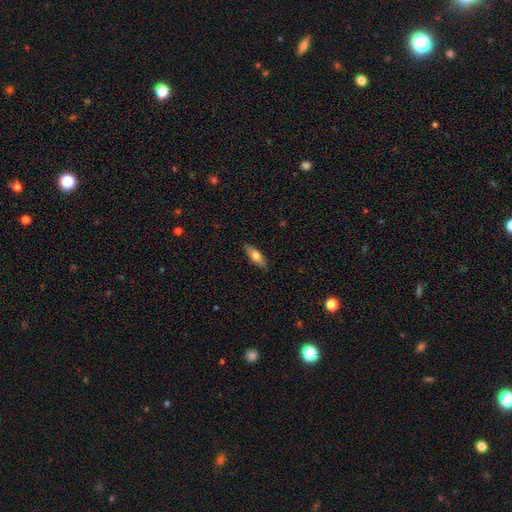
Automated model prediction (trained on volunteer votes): Smooth or featured?
  - smooth: 65% *
  - featured or disk: 29%
  - star or artifact: 6%
How rounded?
  - in between: 66% *
  - cigar-shaped: 31%
  - round: 3%
Merging?
  - none: 88% *
  - minor disturbance: 10%
  - major disturbance: 2%
  - merger: 1%